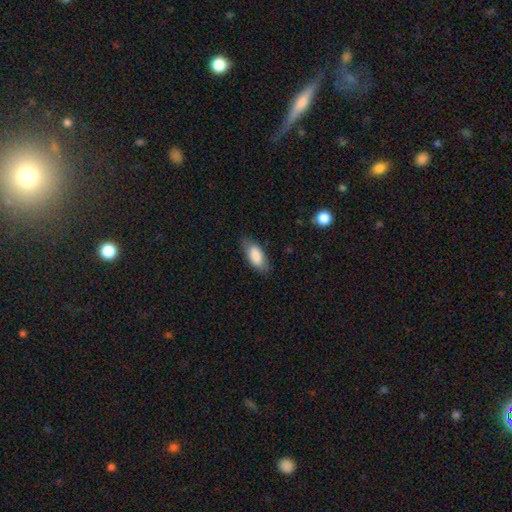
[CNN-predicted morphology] Smooth or featured: smooth — 85% (featured or disk — 9%)
How rounded: in between — 86% (cigar-shaped — 11%)
Merging: none — 77% (minor disturbance — 18%)